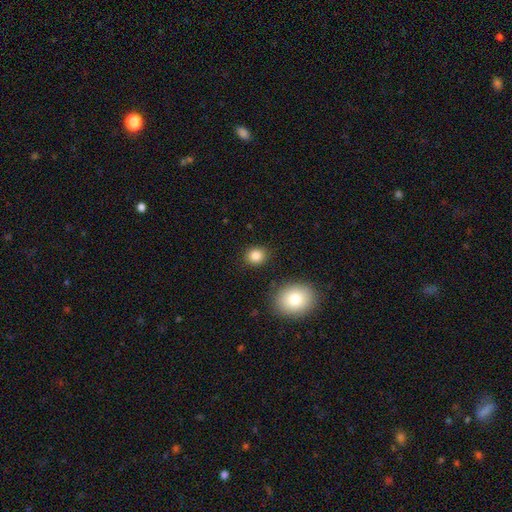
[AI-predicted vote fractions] smooth_or_featured: smooth (p=0.85) [alt: star or artifact p=0.11]
how_rounded: round (p=0.69) [alt: in between p=0.30]
merging: none (p=0.86) [alt: minor disturbance p=0.08]